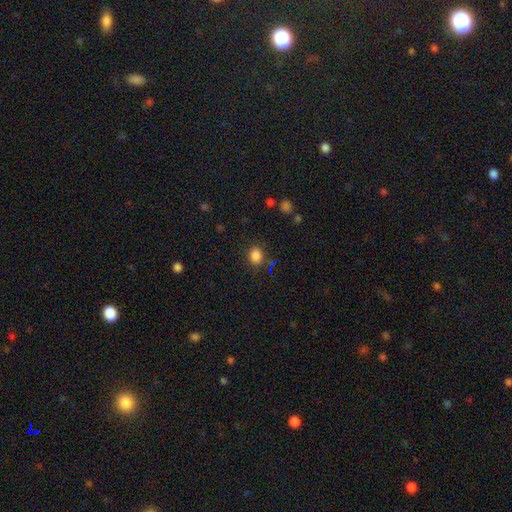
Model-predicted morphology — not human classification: A smooth galaxy with no disk features (85%) that is round (61%).

Vote fractions:
- Smooth or featured? smooth: 85% / star or artifact: 11% / featured or disk: 4%
- How rounded? round: 61% / in between: 38% / cigar-shaped: 1%
- Merging? none: 82% / minor disturbance: 11% / major disturbance: 4% / merger: 3%